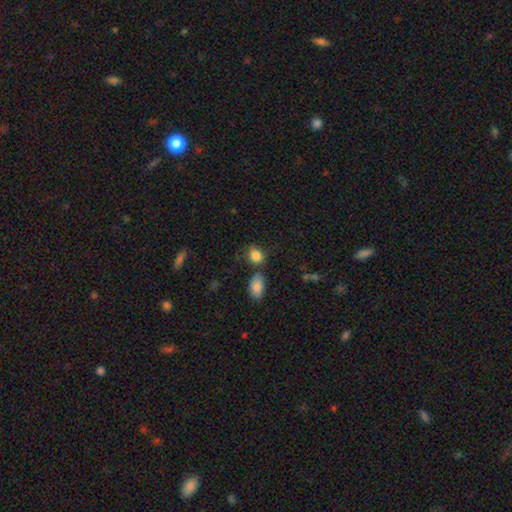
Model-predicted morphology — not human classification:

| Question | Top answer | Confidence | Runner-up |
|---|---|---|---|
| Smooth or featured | smooth | 85% | star or artifact (9%) |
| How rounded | in between | 58% | round (41%) |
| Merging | none | 59% | minor disturbance (20%) |